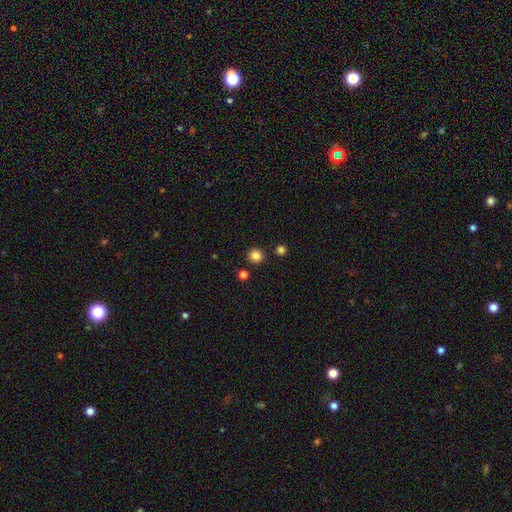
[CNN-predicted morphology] Smooth or featured?
  - smooth: 83% *
  - star or artifact: 13%
  - featured or disk: 4%
How rounded?
  - round: 94% *
  - in between: 5%
  - cigar-shaped: 1%
Merging?
  - none: 89% *
  - minor disturbance: 5%
  - merger: 4%
  - major disturbance: 2%